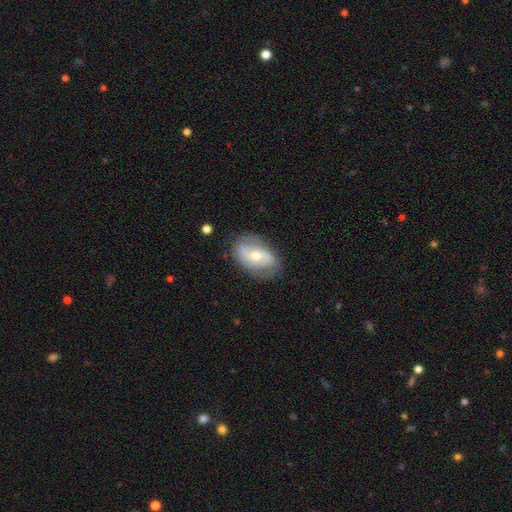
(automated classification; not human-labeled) The model was most divided on "bar": no: 45%, weak: 37%, strong: 18%. More confident: edge-on disk — no (94%); spiral arms — yes (77%); merging — none (72%); smooth or featured — featured or disk (66%); bulge size — moderate (61%).